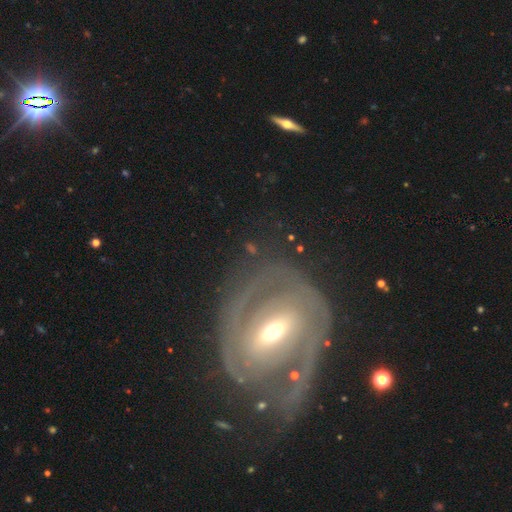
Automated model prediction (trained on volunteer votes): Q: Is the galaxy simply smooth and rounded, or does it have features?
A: featured or disk — 83%.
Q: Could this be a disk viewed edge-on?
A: no — 94%.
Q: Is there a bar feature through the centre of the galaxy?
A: strong — 43%.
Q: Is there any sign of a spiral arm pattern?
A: yes — 80%.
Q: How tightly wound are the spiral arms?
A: tight — 63%.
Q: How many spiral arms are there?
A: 2 — 46%.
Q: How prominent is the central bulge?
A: moderate — 59%.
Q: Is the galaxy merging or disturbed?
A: none — 63%.